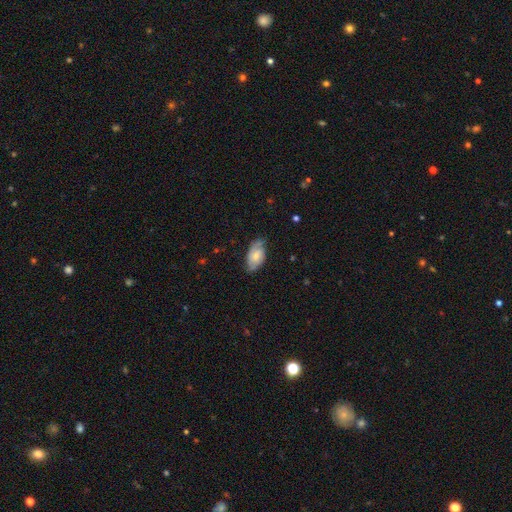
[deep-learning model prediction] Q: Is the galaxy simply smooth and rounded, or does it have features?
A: featured or disk — 50%.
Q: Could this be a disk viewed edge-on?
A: no — 93%.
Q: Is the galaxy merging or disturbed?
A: none — 67%.